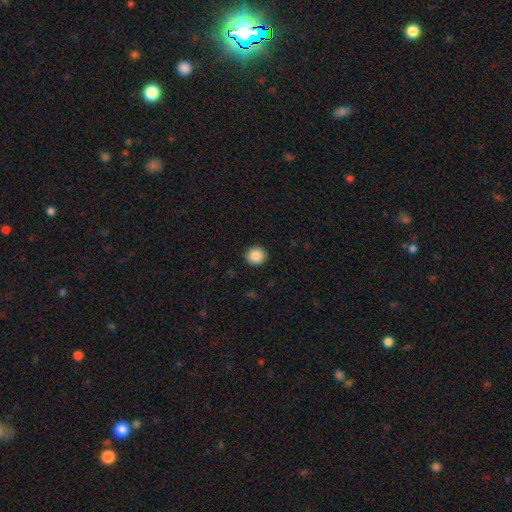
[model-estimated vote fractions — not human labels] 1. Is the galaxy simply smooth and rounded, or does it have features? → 87% smooth, 9% star or artifact, 4% featured or disk.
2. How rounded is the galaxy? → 92% round, 7% in between, 1% cigar-shaped.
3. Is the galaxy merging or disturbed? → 93% none, 5% minor disturbance, 2% major disturbance, 1% merger.